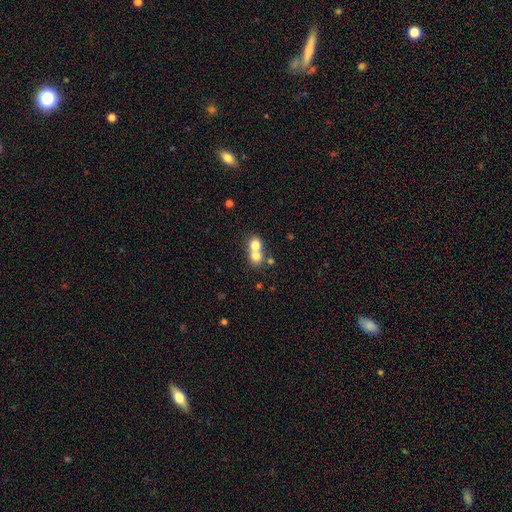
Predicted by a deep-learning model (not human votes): Smooth or featured? smooth (72%)
How rounded? round (76%)
Merging? merger (66%)